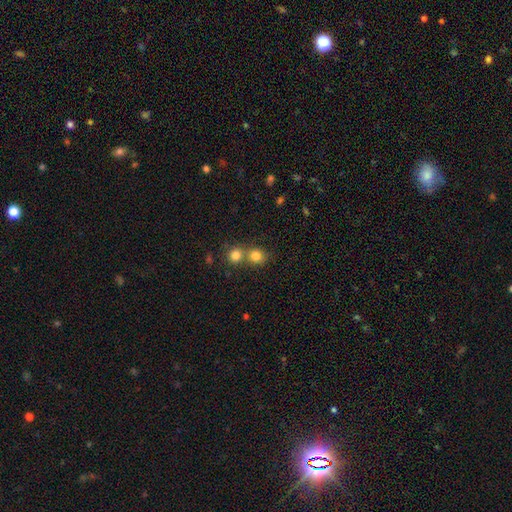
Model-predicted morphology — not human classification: Overall: smooth (80%). How rounded: round (82%). Merging: none (49%; merger 42%).